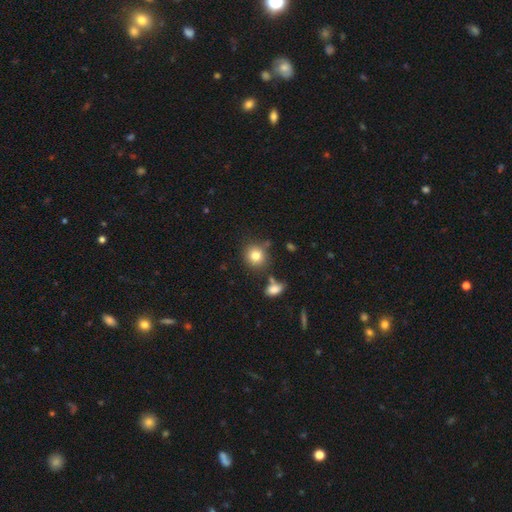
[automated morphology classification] Smooth or featured? Predicted: smooth (p=0.81). How rounded? Predicted: round (p=0.85). Merging? Predicted: none (p=0.78).